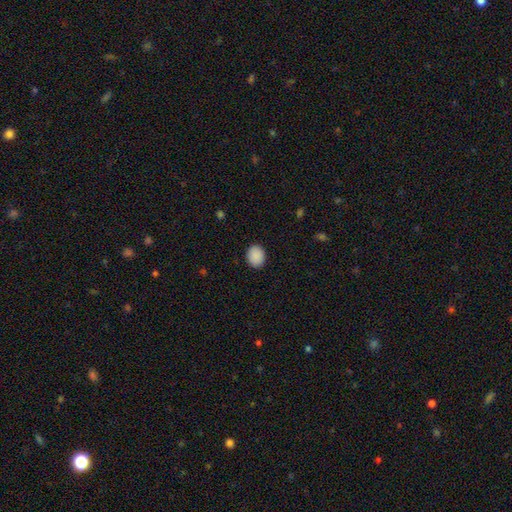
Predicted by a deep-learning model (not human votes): The model was most divided on "how rounded": round: 57%, in between: 42%, cigar-shaped: 1%. More confident: smooth or featured — smooth (90%); merging — none (90%).